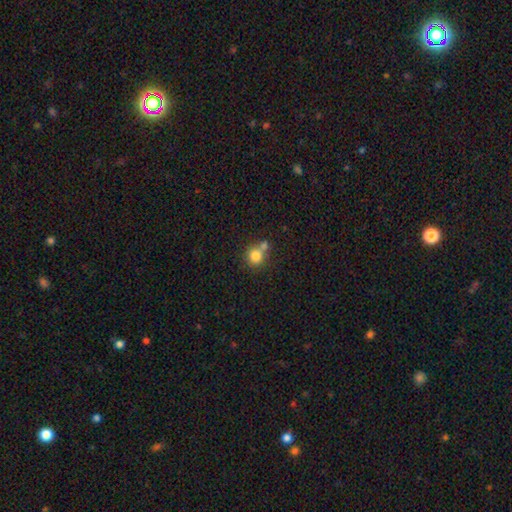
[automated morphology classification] Smooth or featured? Predicted: smooth (p=0.80). How rounded? Predicted: round (p=0.89). Merging? Predicted: none (p=0.52).